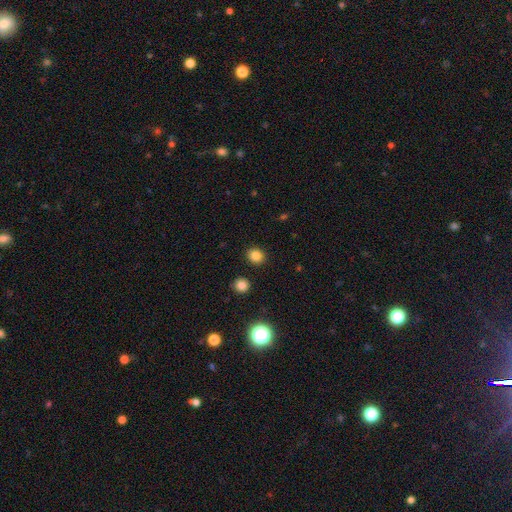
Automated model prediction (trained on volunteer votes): Smooth or featured? Predicted: smooth (p=0.83). How rounded? Predicted: round (p=0.76). Merging? Predicted: none (p=0.90).